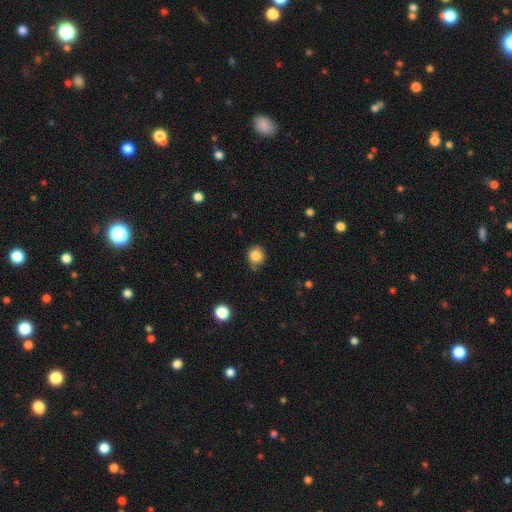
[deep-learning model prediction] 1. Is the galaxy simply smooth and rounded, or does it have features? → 82% smooth, 11% star or artifact, 7% featured or disk.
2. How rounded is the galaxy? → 81% round, 18% in between, 1% cigar-shaped.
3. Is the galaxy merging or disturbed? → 70% none, 23% minor disturbance, 4% major disturbance, 2% merger.